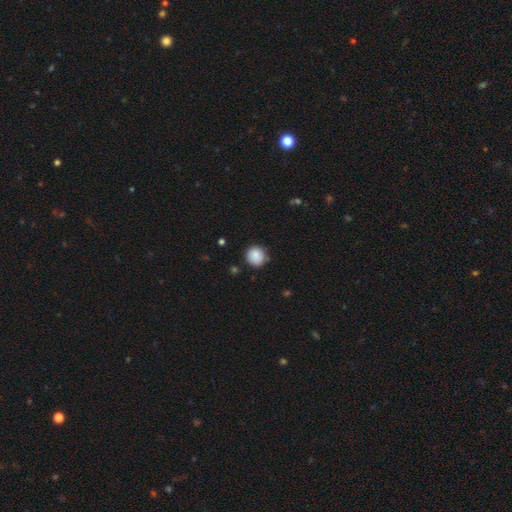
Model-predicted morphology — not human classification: smooth_or_featured: smooth (p=0.88) [alt: star or artifact p=0.08]
how_rounded: round (p=0.91) [alt: in between p=0.08]
merging: none (p=0.82) [alt: minor disturbance p=0.13]